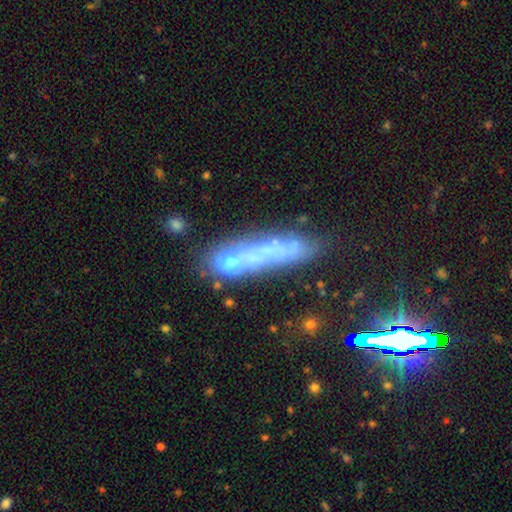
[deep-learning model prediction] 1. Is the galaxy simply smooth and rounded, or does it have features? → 39% smooth, 38% featured or disk, 22% star or artifact.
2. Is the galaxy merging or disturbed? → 48% none, 21% minor disturbance, 16% merger, 15% major disturbance.